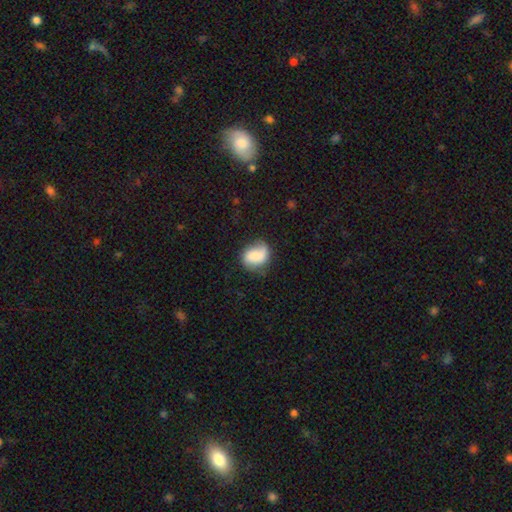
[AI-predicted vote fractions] Overall: smooth (60%; featured or disk 31%). How rounded: in between (51%; round 48%). Merging: none (64%; minor disturbance 25%).